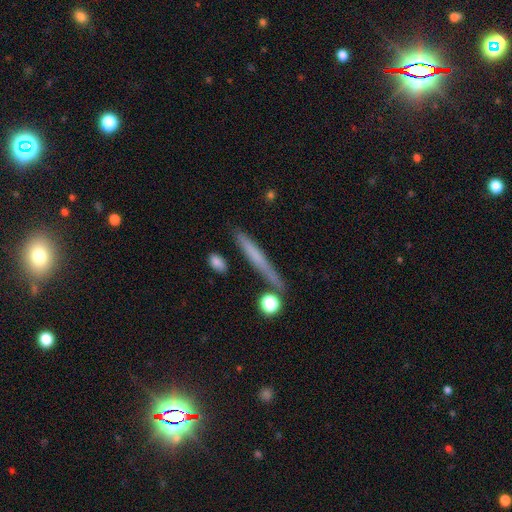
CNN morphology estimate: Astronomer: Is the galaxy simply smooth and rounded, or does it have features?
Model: smooth — 56% (runner-up: featured or disk, 35%).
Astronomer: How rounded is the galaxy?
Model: cigar-shaped — 93%.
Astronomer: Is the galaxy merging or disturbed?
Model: none — 78%.